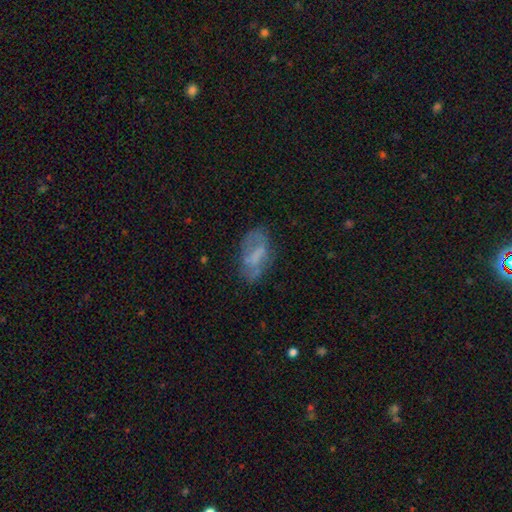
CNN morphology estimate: Smooth or featured: featured or disk — 46% (smooth — 44%)
Merging: none — 59% (minor disturbance — 24%)